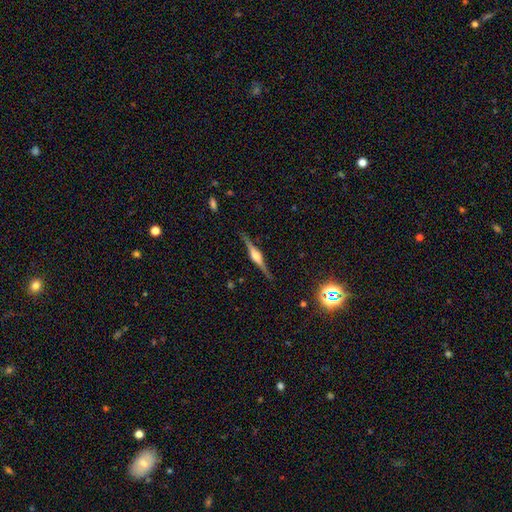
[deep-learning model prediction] smooth-or-featured: featured or disk: 83% | smooth: 11% | star or artifact: 6%
  disk-edge-on: yes: 98% | no: 2%
    edge-on-bulge: rounded: 87% | boxy: 10% | none: 2%
  merging: none: 89% | minor disturbance: 8% | major disturbance: 2% | merger: 1%